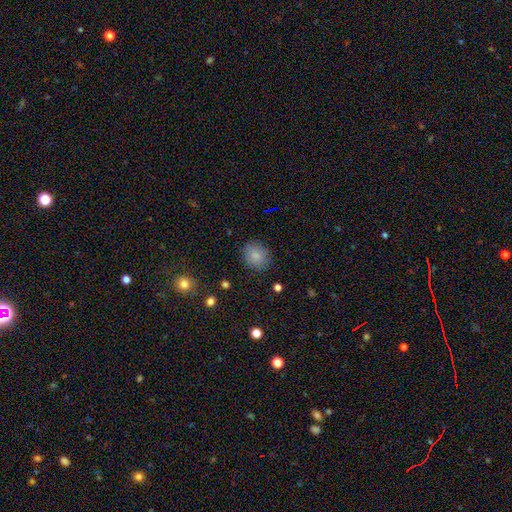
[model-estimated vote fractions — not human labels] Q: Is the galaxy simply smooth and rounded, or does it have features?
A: smooth — 83%.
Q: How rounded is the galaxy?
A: round — 67%.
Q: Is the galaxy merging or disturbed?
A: none — 83%.